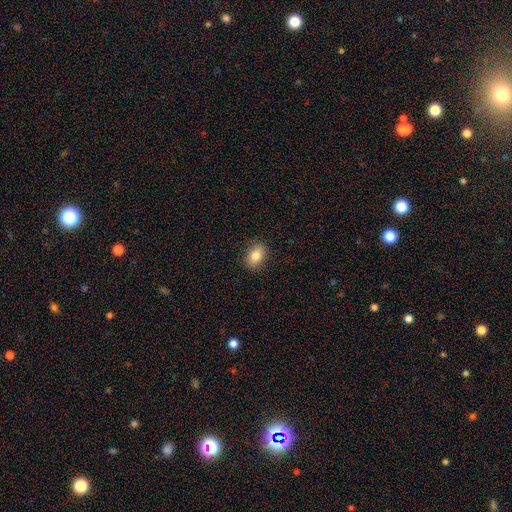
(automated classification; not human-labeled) This appears to be a smooth galaxy with no disk features (80%) that is in between round and cigar-shaped (79%). Merging: none (87%).